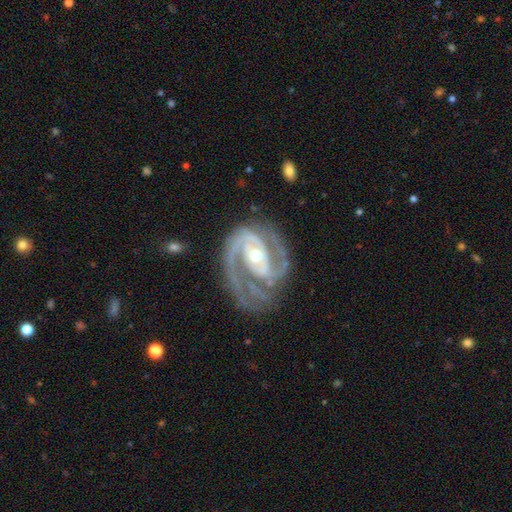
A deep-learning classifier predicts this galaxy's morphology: type=featured or disk (93%); edge-on=no (98%); bar=no (53%); spiral arms=yes (98%); winding=tight (51%); arm count=2 (68%); bulge=moderate (73%); merging=none (61%).